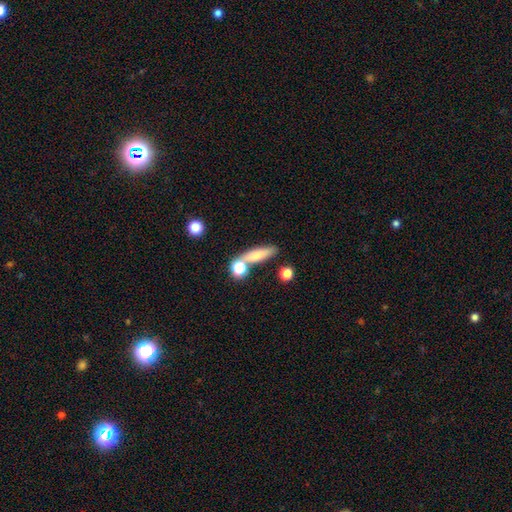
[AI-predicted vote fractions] smooth 68%, featured or disk 22%, star or artifact 10%. Down the decision tree: how rounded — cigar-shaped (59%); merging — none (64%).